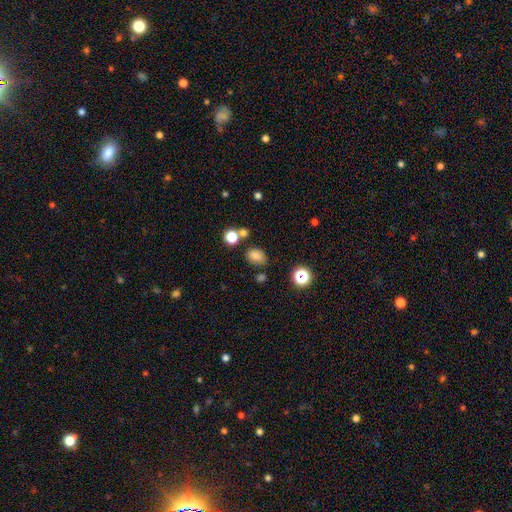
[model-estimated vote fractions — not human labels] Q: Smooth or featured?
A: smooth (78%); runner-up: star or artifact (15%)
Q: How rounded?
A: in between (69%); runner-up: round (30%)
Q: Merging?
A: none (66%); runner-up: minor disturbance (18%)